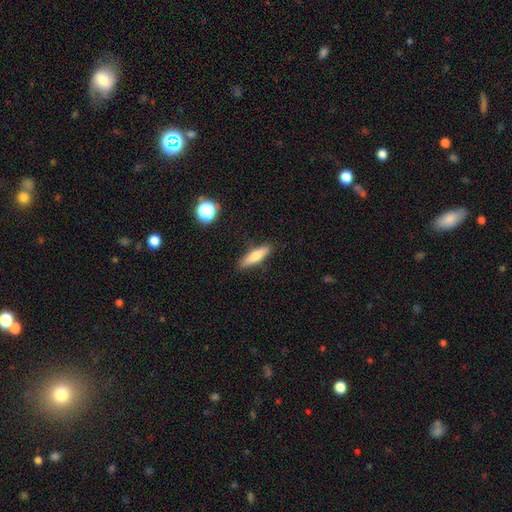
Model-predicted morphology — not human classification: smooth-or-featured: smooth: 67% | featured or disk: 26% | star or artifact: 7%
  how-rounded: cigar-shaped: 69% | in between: 28% | round: 3%
  merging: none: 88% | minor disturbance: 9% | major disturbance: 2% | merger: 2%